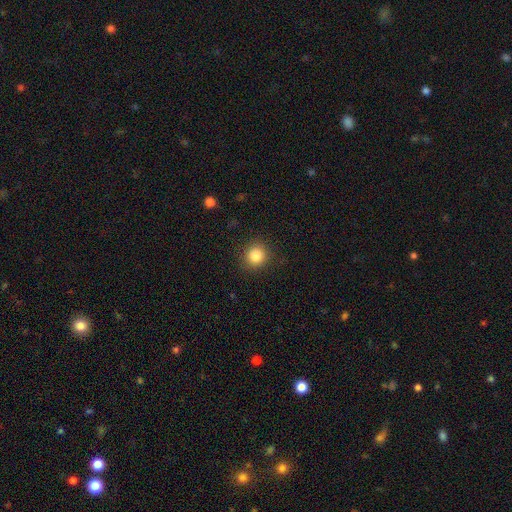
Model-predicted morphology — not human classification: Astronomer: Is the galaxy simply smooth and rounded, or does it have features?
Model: smooth — 84%.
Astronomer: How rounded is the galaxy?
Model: round — 90%.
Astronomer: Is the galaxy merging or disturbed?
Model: none — 90%.